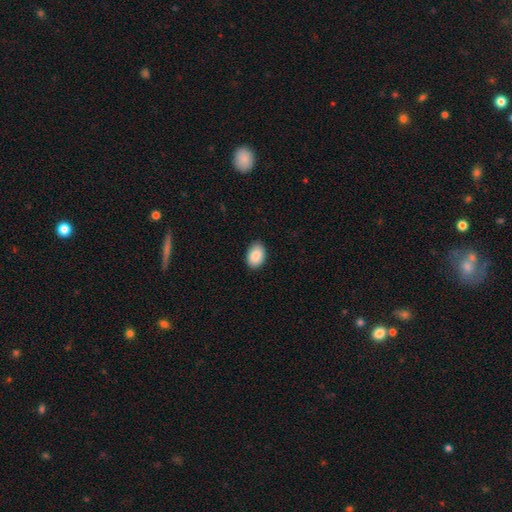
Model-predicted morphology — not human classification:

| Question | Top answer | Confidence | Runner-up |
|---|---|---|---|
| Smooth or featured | smooth | 88% | star or artifact (7%) |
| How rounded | in between | 86% | round (13%) |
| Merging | none | 88% | minor disturbance (9%) |